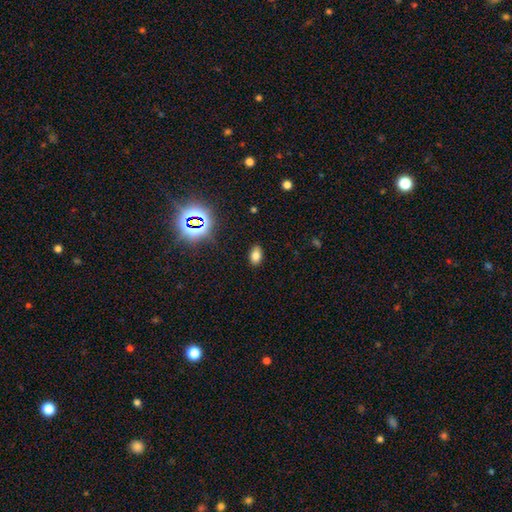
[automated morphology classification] The model was most divided on "smooth or featured": smooth: 77%, star or artifact: 15%, featured or disk: 8%. More confident: how rounded — in between (89%); merging — none (87%).